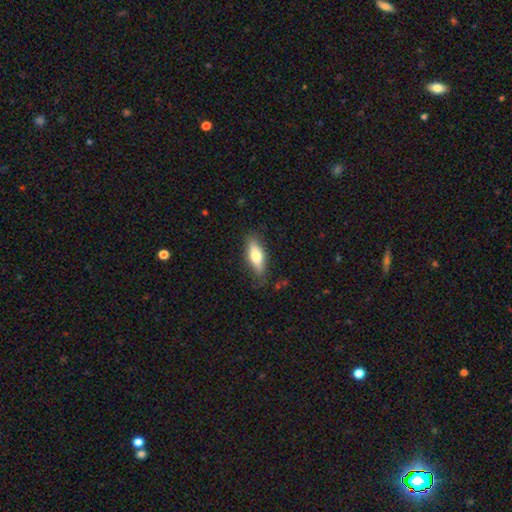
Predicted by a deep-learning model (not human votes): Q: Smooth or featured?
A: smooth (68%); runner-up: featured or disk (26%)
Q: How rounded?
A: in between (56%); runner-up: cigar-shaped (41%)
Q: Merging?
A: none (79%); runner-up: minor disturbance (16%)